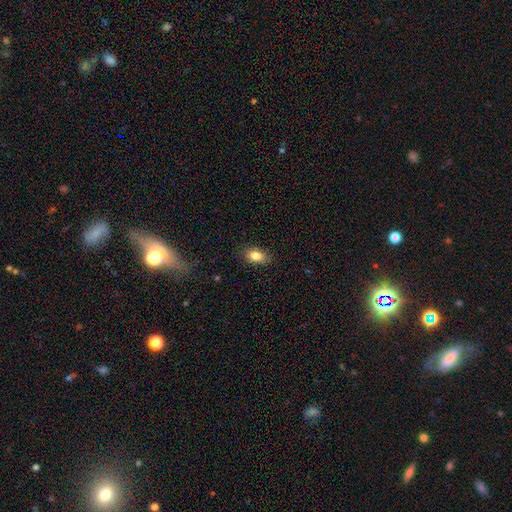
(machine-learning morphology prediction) Smooth or featured?
  - smooth: 85% *
  - star or artifact: 8%
  - featured or disk: 7%
How rounded?
  - in between: 88% *
  - round: 10%
  - cigar-shaped: 2%
Merging?
  - none: 86% *
  - minor disturbance: 11%
  - major disturbance: 3%
  - merger: 1%